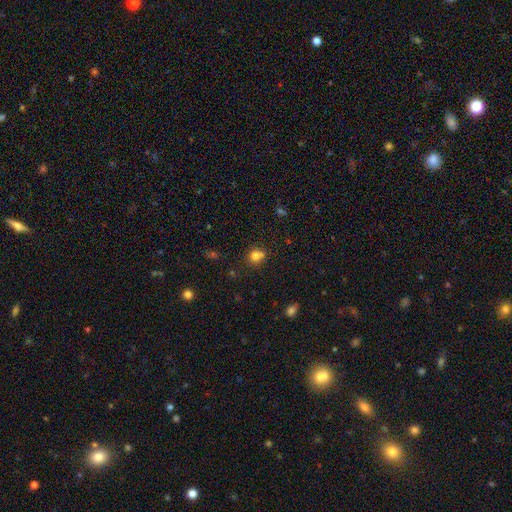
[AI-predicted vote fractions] Smooth or featured?
  - smooth: 76% *
  - star or artifact: 14%
  - featured or disk: 10%
How rounded?
  - round: 79% *
  - in between: 20%
  - cigar-shaped: 1%
Merging?
  - none: 58% *
  - merger: 26%
  - minor disturbance: 12%
  - major disturbance: 4%